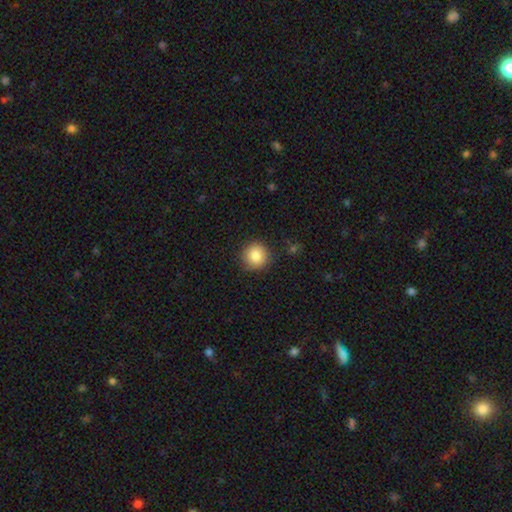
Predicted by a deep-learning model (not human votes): Morphology: type=smooth (85%); roundness=round (93%); merging=none (87%).